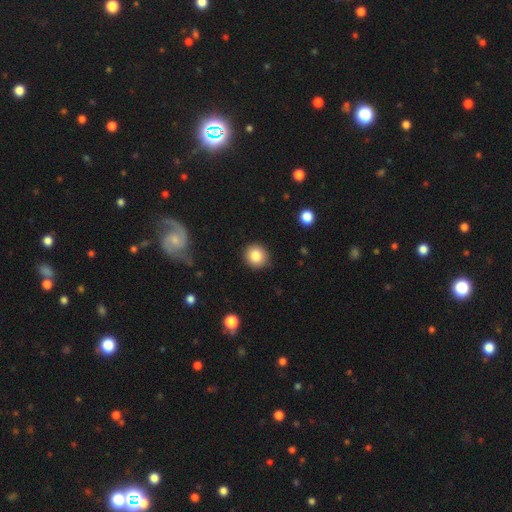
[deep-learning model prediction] Overall: smooth (84%). How rounded: round (90%). Merging: none (88%).